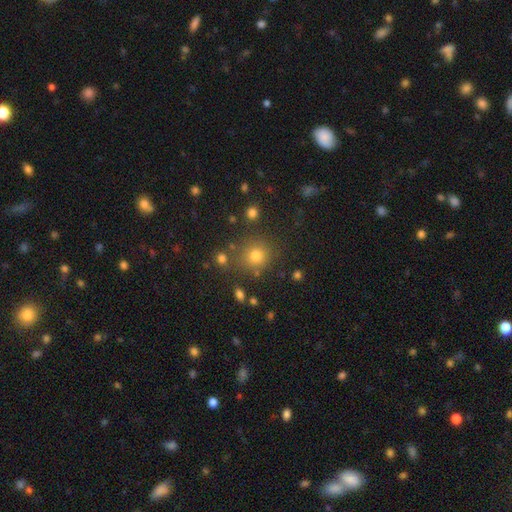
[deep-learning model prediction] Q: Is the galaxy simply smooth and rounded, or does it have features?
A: smooth — 75%.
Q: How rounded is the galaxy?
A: round — 88%.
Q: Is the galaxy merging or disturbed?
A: none — 79%.